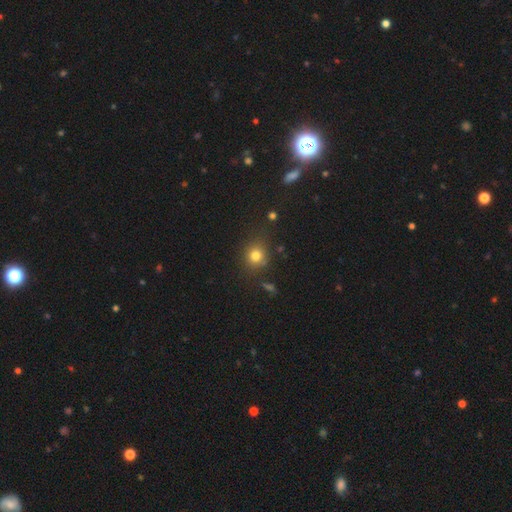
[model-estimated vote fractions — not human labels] A smooth galaxy with no disk features (78%) that is round (81%). Merging: none (79%).